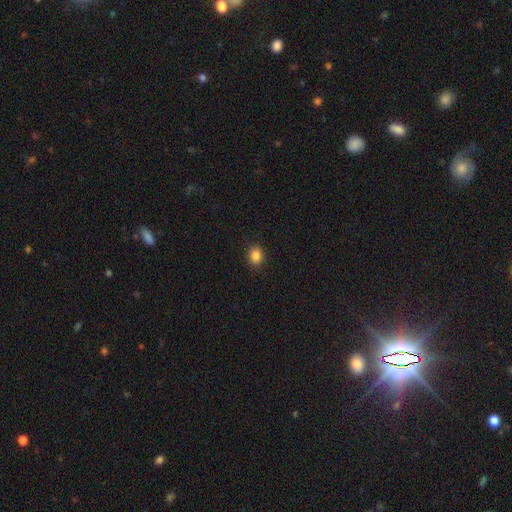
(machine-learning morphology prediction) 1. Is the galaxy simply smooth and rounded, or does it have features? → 85% smooth, 11% star or artifact, 4% featured or disk.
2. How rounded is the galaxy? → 55% round, 44% in between, 1% cigar-shaped.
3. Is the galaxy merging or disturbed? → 91% none, 7% minor disturbance, 2% major disturbance, 1% merger.